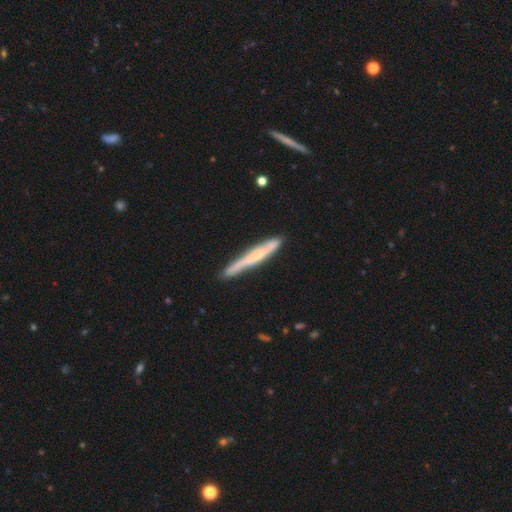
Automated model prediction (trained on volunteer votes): Smooth or featured?
  - featured or disk: 53% *
  - smooth: 41%
  - star or artifact: 6%
Edge-on disk?
  - yes: 88% *
  - no: 12%
Merging?
  - none: 77% *
  - minor disturbance: 17%
  - major disturbance: 3%
  - merger: 3%